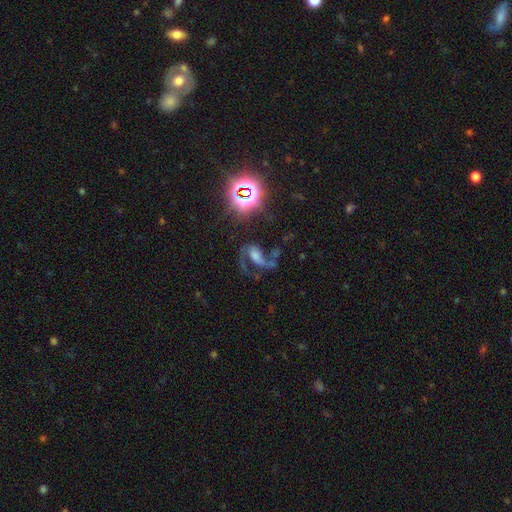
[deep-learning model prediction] The model was most divided on "bar": no: 39%, weak: 34%, strong: 27%. Remaining: edge-on disk — no (96%); spiral arms — yes (91%); spiral arm count — 2 (76%); smooth or featured — featured or disk (66%); spiral winding — loose (62%); merging — none (47%); bulge size — moderate (37%).